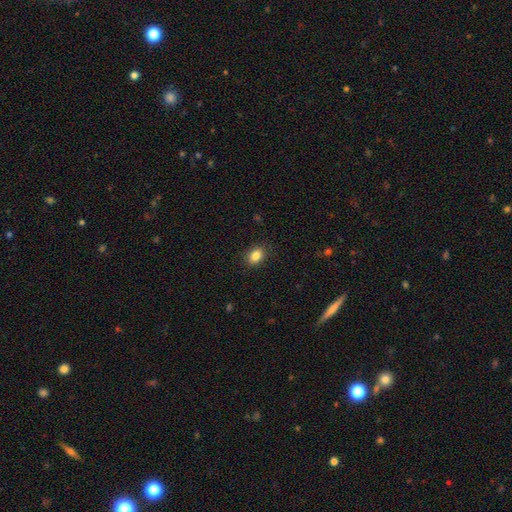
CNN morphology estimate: Smooth or featured?
  - smooth: 84% *
  - star or artifact: 9%
  - featured or disk: 6%
How rounded?
  - in between: 70% *
  - round: 29%
  - cigar-shaped: 1%
Merging?
  - none: 87% *
  - minor disturbance: 9%
  - major disturbance: 2%
  - merger: 1%